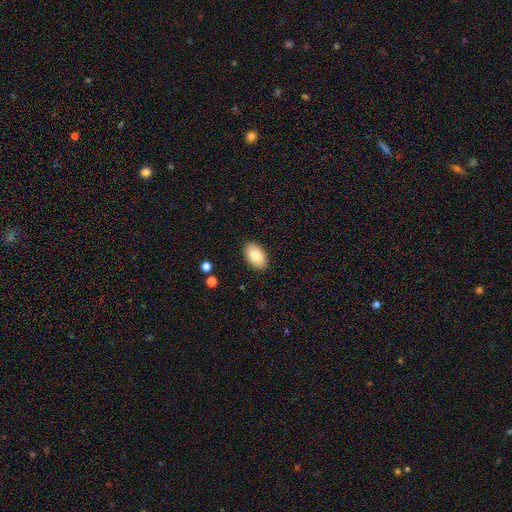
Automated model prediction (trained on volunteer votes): Smooth or featured?
  - smooth: 85% *
  - featured or disk: 9%
  - star or artifact: 6%
How rounded?
  - in between: 94% *
  - round: 4%
  - cigar-shaped: 1%
Merging?
  - none: 89% *
  - minor disturbance: 8%
  - major disturbance: 2%
  - merger: 1%